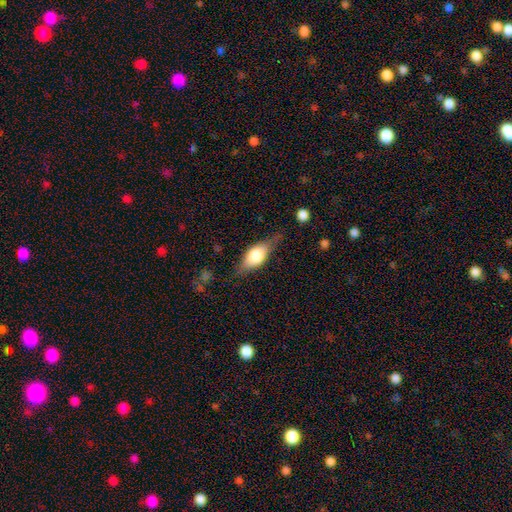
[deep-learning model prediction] Smooth or featured? Predicted: smooth (p=0.52). How rounded? Predicted: in between (p=0.75). Merging? Predicted: none (p=0.65).